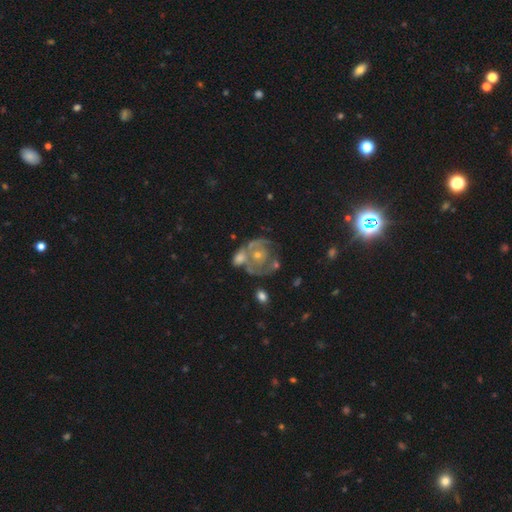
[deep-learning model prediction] Smooth or featured: featured or disk — 72% (smooth — 18%)
Edge-on disk: no — 97% (yes — 3%)
Bar: no — 83% (weak — 14%)
Spiral arms: yes — 63% (no — 37%)
Bulge size: small — 46% (moderate — 44%)
Merging: none — 39% (merger — 33%)